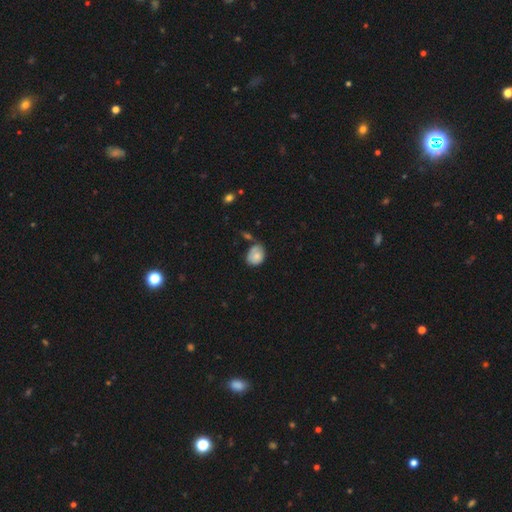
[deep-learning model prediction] smooth 75%, featured or disk 17%, star or artifact 8%. Down the decision tree: how rounded — in between (62%); merging — none (43%).